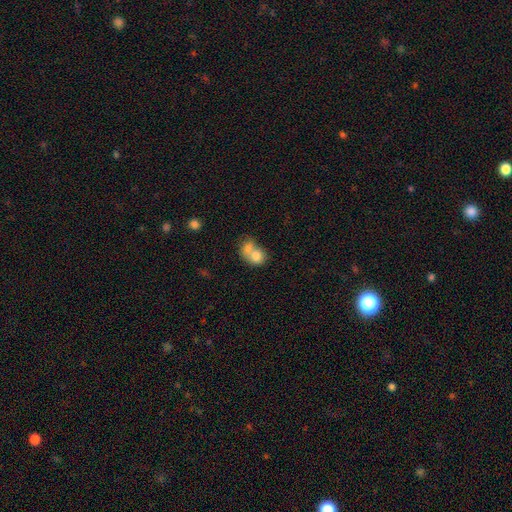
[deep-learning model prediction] smooth-or-featured: smooth: 76% | featured or disk: 16% | star or artifact: 8%
  how-rounded: round: 60% | in between: 39% | cigar-shaped: 1%
  merging: merger: 71% | none: 20% | minor disturbance: 6% | major disturbance: 3%